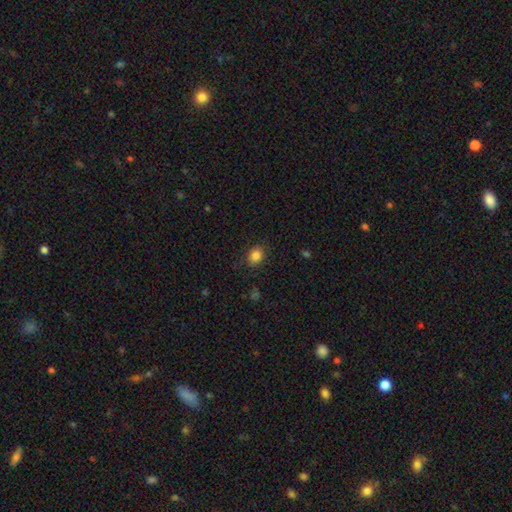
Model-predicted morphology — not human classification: Smooth or featured? Predicted: smooth (p=0.84). How rounded? Predicted: in between (p=0.60). Merging? Predicted: none (p=0.83).